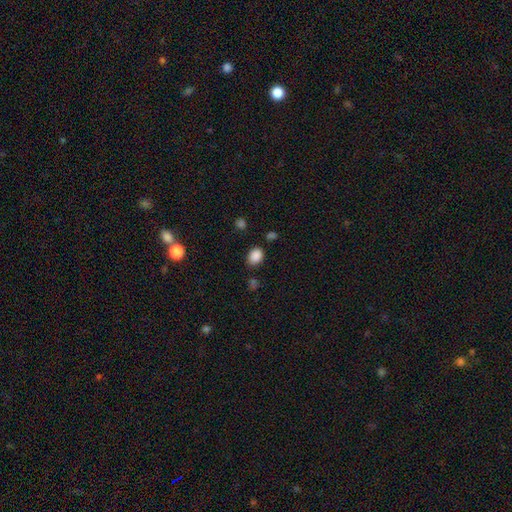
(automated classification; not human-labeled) The model was most divided on "how rounded": in between: 71%, round: 28%, cigar-shaped: 1%. More confident: smooth or featured — smooth (86%); merging — none (78%).